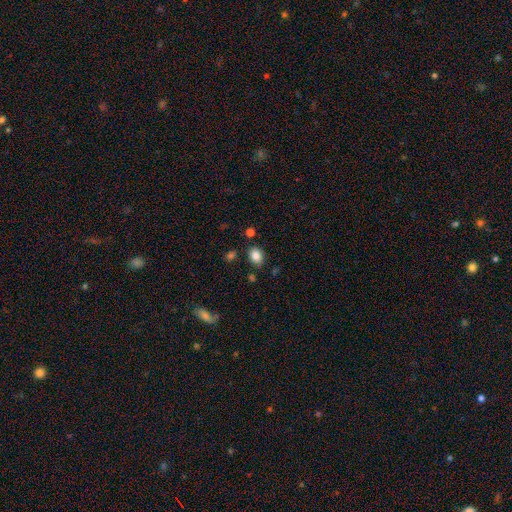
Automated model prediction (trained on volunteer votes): This is clearly a smooth galaxy (85%). How rounded: likely in between (68%). Merging: clearly none (83%).